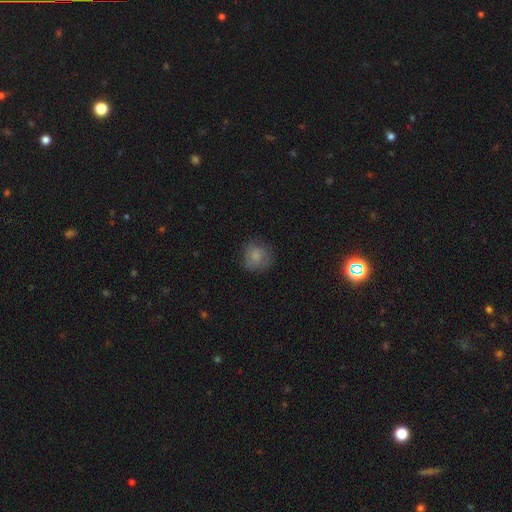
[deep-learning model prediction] This appears to be a smooth galaxy with no disk features (79%) that is round (83%). Merging: none (70%).